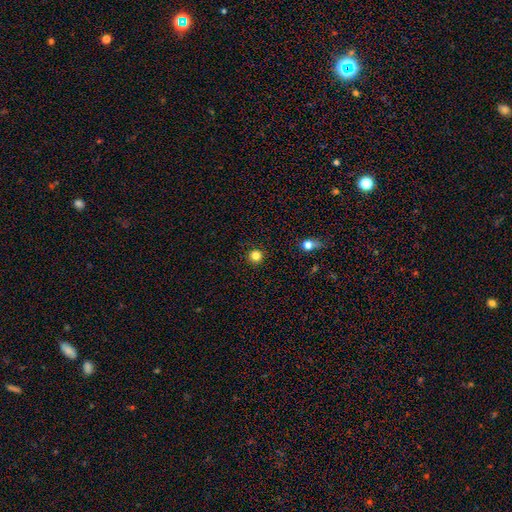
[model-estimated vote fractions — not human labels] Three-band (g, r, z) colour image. It shows a smooth galaxy with no disk features (82%) that is round (96%). Merging: none (93%).